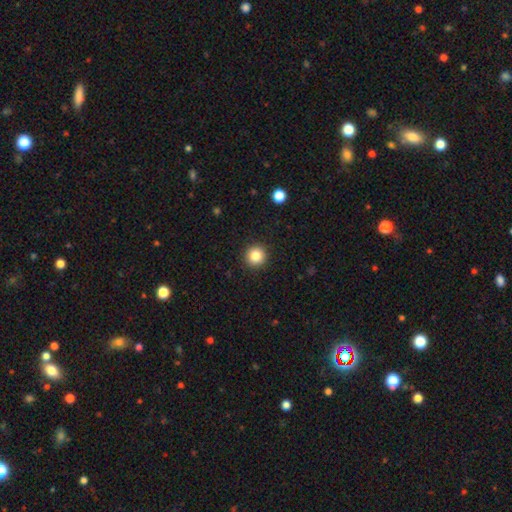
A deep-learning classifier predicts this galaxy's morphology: smooth 84%, star or artifact 10%, featured or disk 5%. Down the decision tree: how rounded — round (95%); merging — none (93%).